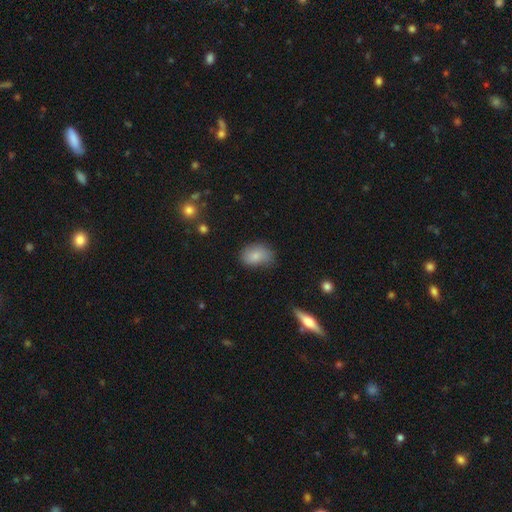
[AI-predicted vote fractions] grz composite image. It shows a smooth galaxy with no disk features (83%) that is in between round and cigar-shaped (83%). Merging: none (61%).